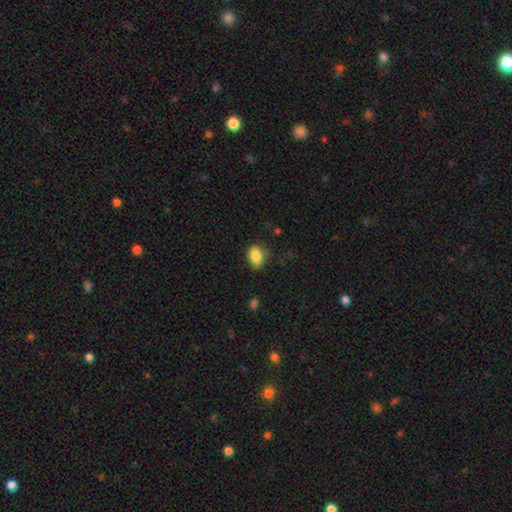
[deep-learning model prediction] This is clearly a smooth galaxy (85%). How rounded: likely in between (75%). Merging: likely none (64%).